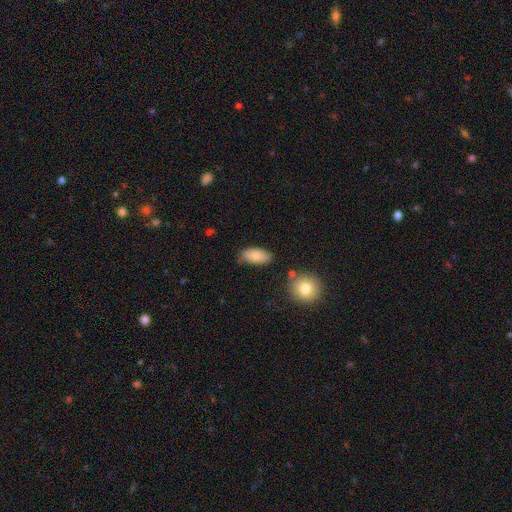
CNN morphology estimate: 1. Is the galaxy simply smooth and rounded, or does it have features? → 81% smooth, 12% featured or disk, 7% star or artifact.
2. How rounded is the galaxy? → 90% in between, 7% cigar-shaped, 3% round.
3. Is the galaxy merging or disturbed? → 77% none, 16% minor disturbance, 4% merger, 3% major disturbance.